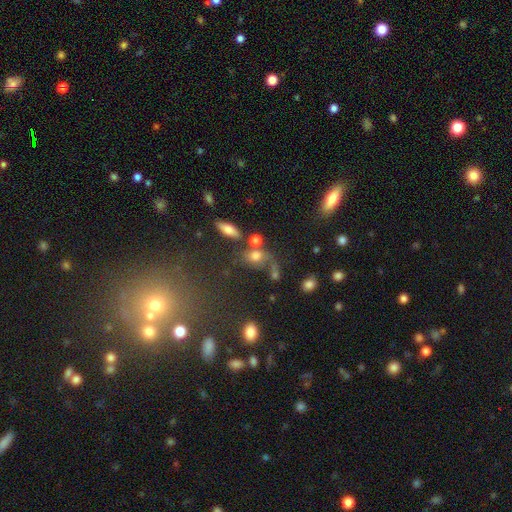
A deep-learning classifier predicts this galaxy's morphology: A smooth galaxy with no disk features (65%) that is in between round and cigar-shaped (56%).

Vote fractions:
- Smooth or featured? smooth: 65% / featured or disk: 19% / star or artifact: 16%
- How rounded? in between: 56% / round: 40% / cigar-shaped: 3%
- Merging? none: 36% / merger: 27% / major disturbance: 20% / minor disturbance: 18%